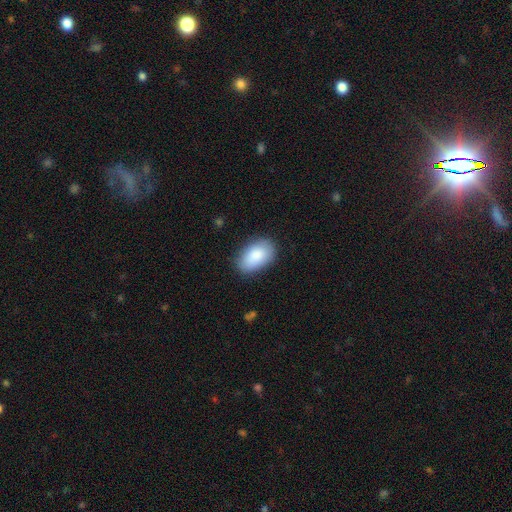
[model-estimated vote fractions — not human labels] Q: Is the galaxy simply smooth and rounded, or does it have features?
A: smooth — 87%.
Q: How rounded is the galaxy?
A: in between — 92%.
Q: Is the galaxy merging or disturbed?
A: none — 82%.